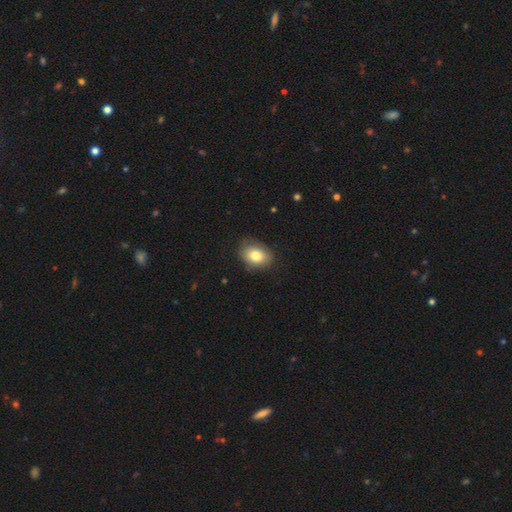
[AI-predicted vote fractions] Smooth or featured: smooth — 80% (featured or disk — 12%)
How rounded: in between — 72% (round — 27%)
Merging: none — 80% (minor disturbance — 16%)